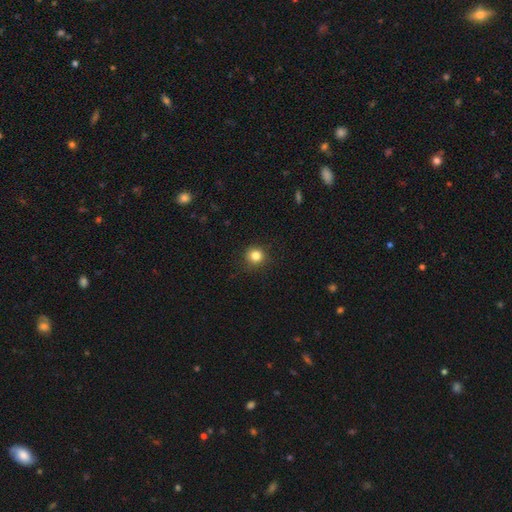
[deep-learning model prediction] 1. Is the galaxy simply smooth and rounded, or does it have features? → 83% smooth, 12% star or artifact, 5% featured or disk.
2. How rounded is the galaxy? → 93% round, 6% in between, 1% cigar-shaped.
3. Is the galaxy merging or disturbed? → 90% none, 7% minor disturbance, 2% major disturbance, 1% merger.